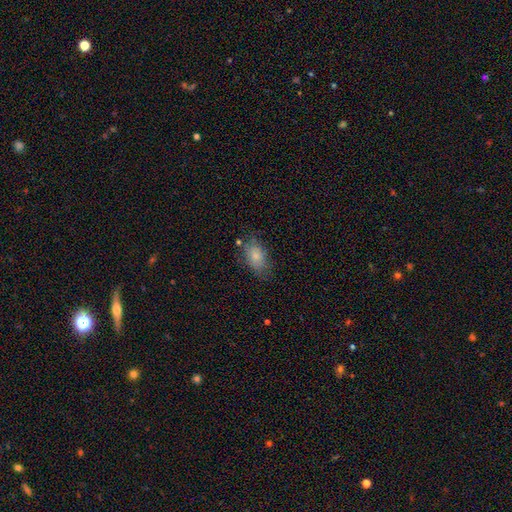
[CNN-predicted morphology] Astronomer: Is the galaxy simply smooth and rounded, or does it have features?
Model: smooth — 79%.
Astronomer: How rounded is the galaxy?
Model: in between — 87%.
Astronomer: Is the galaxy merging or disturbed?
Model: none — 65%.